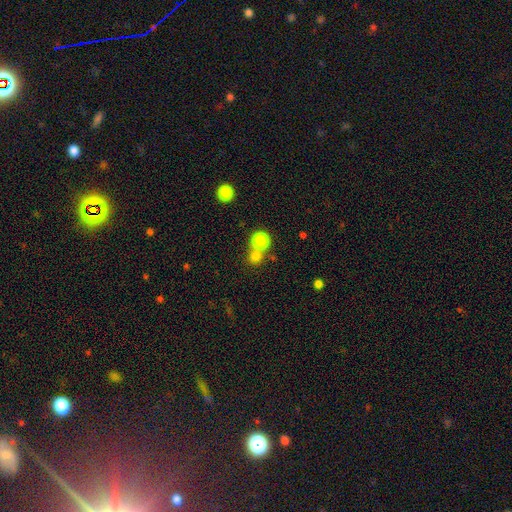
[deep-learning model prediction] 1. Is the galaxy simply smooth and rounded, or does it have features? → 79% smooth, 14% star or artifact, 7% featured or disk.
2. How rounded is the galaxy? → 89% round, 10% in between, 1% cigar-shaped.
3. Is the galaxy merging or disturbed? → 53% none, 38% merger, 6% minor disturbance, 3% major disturbance.